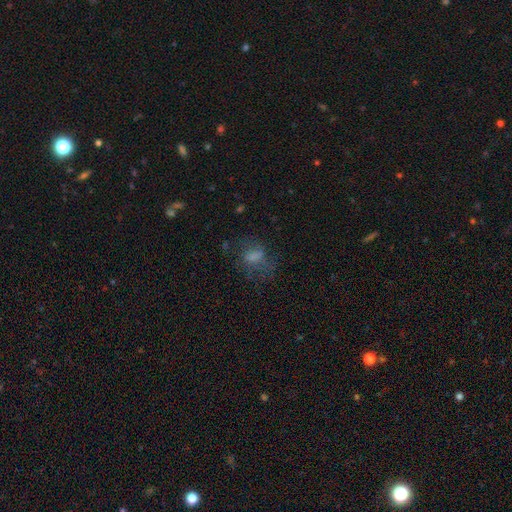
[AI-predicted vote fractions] Smooth or featured? Predicted: smooth (p=0.50). Merging? Predicted: none (p=0.52).